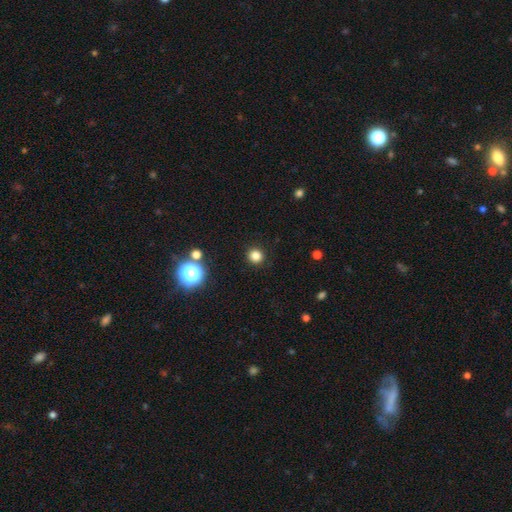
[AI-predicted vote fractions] Smooth or featured?
  - smooth: 81% *
  - star or artifact: 15%
  - featured or disk: 4%
How rounded?
  - round: 94% *
  - in between: 5%
  - cigar-shaped: 1%
Merging?
  - none: 92% *
  - minor disturbance: 5%
  - major disturbance: 2%
  - merger: 1%